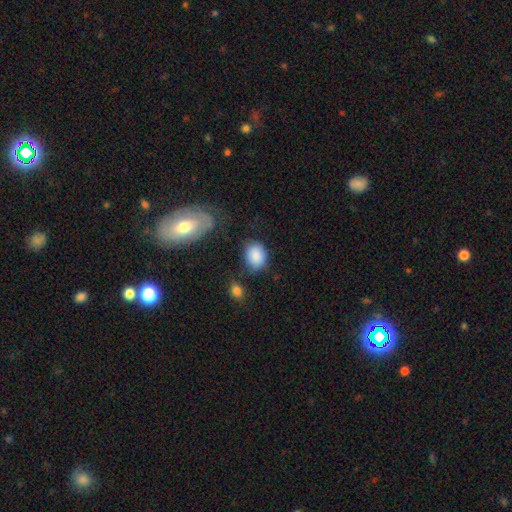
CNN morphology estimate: type=smooth (87%); roundness=in between (54%); merging=none (67%).